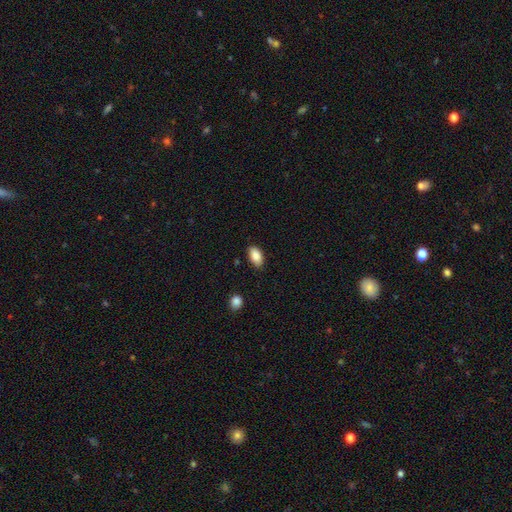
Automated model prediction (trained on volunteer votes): Morphology: type=smooth (88%); roundness=in between (93%); merging=none (83%).